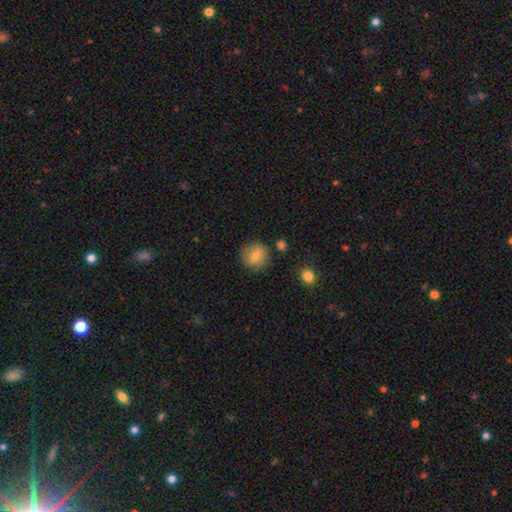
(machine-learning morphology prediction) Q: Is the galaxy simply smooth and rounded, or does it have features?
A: smooth — 76%.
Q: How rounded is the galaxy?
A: round — 83%.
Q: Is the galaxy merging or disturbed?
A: none — 80%.